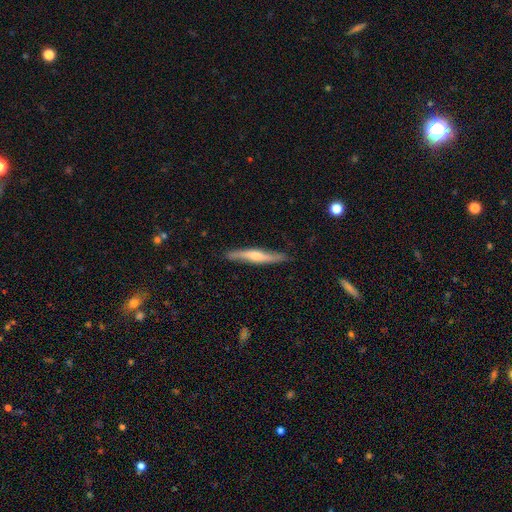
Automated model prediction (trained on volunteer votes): A featured or disk galaxy (59%) viewed edge-on (89%) with a rounded central bulge (77%). Merging: none (85%).